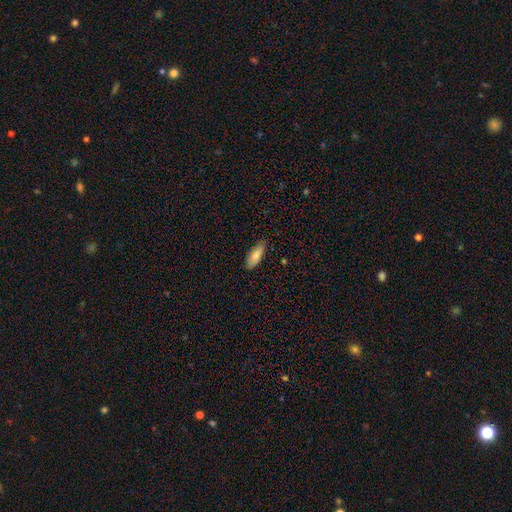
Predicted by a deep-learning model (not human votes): smooth 80%, featured or disk 14%, star or artifact 6%. Down the decision tree: how rounded — in between (70%); merging — none (85%).